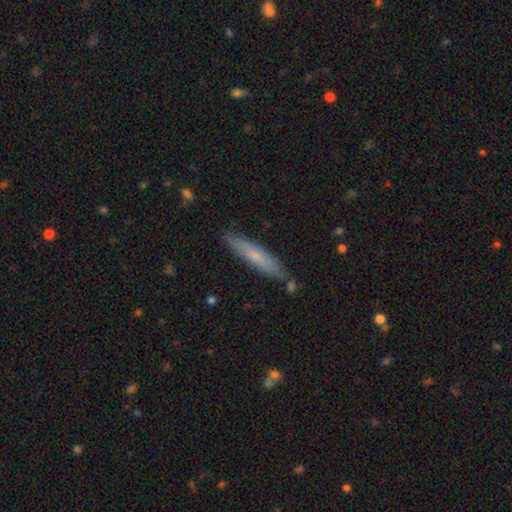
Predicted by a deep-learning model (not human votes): Smooth or featured: smooth — 62% (featured or disk — 32%)
How rounded: cigar-shaped — 90% (in between — 8%)
Merging: none — 83% (minor disturbance — 12%)